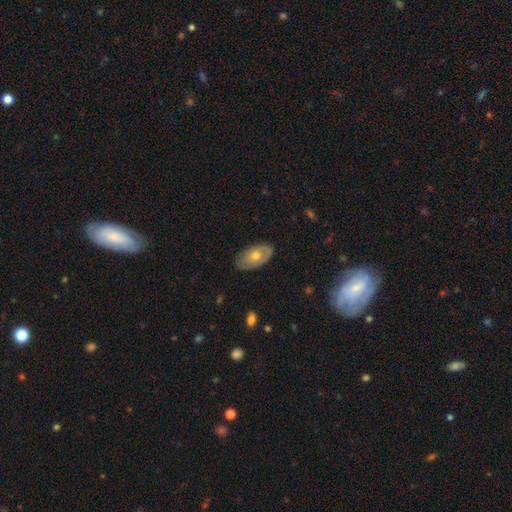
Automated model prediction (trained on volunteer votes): Morphology: type=smooth (48%); merging=none (79%).